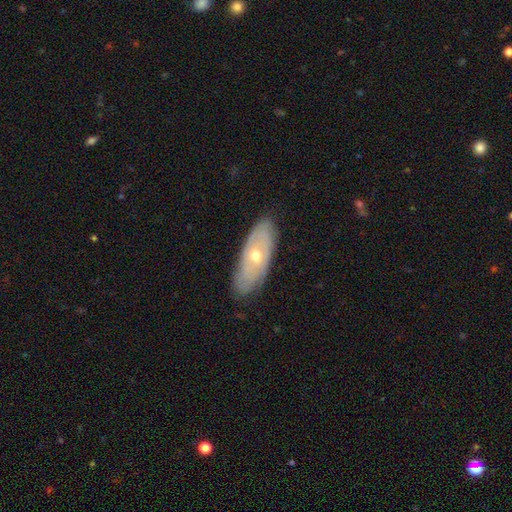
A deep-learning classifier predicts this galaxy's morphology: Q: Smooth or featured?
A: featured or disk (59%); runner-up: smooth (35%)
Q: Edge-on disk?
A: no (77%); runner-up: yes (23%)
Q: Merging?
A: none (82%); runner-up: minor disturbance (14%)